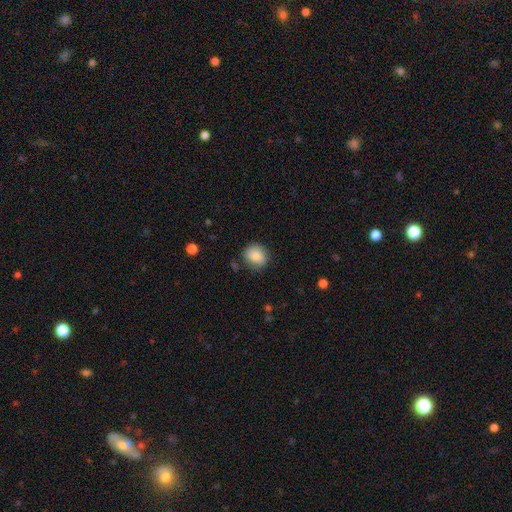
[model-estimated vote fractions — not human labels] A smooth galaxy with no disk features (84%) that is round (74%). Merging: none (77%).